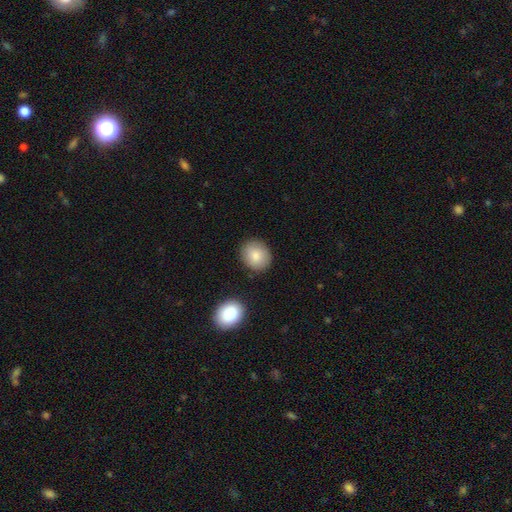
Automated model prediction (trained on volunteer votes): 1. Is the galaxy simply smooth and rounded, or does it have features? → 86% smooth, 7% featured or disk, 7% star or artifact.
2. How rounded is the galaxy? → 67% round, 32% in between, 1% cigar-shaped.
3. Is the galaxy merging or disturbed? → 85% none, 9% minor disturbance, 3% merger, 2% major disturbance.